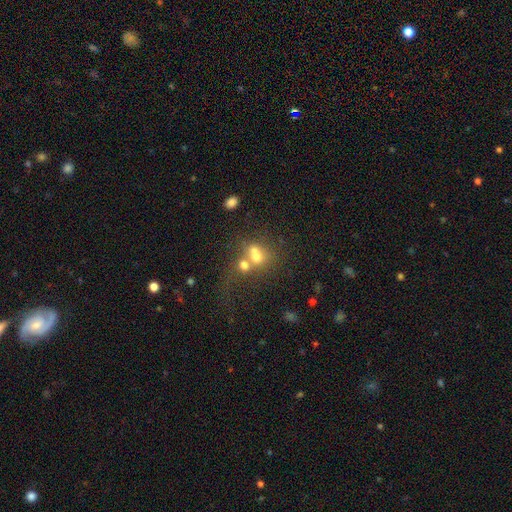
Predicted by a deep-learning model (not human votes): smooth 58%, featured or disk 25%, star or artifact 17%. Down the decision tree: how rounded — round (70%); merging — merger (60%).